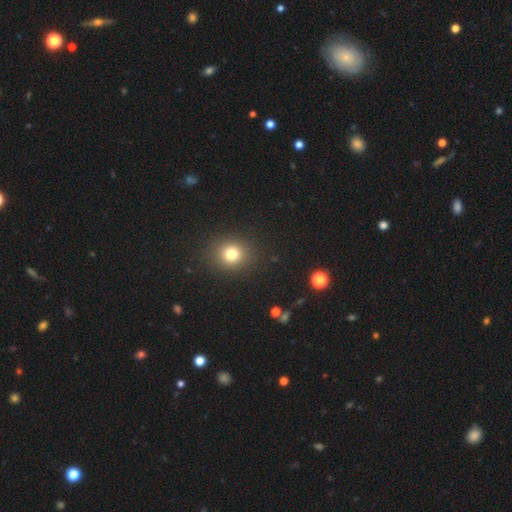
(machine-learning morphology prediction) type=smooth (62%); roundness=round (77%); merging=none (90%).